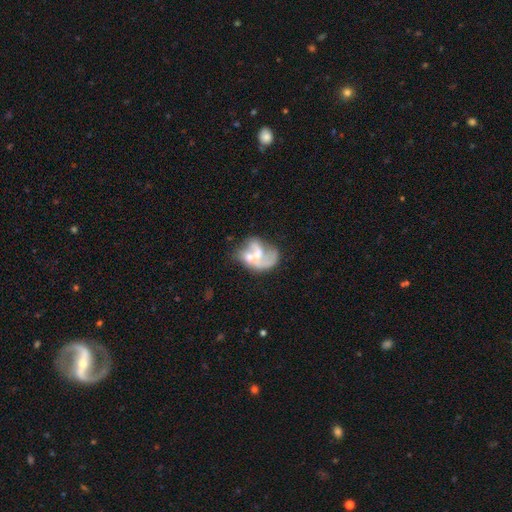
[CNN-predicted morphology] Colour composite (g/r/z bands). It shows a featured or disk galaxy (69%) with no bar (69%), spiral arms (64%) and a moderate central bulge (46%). Merging: merger (45%).